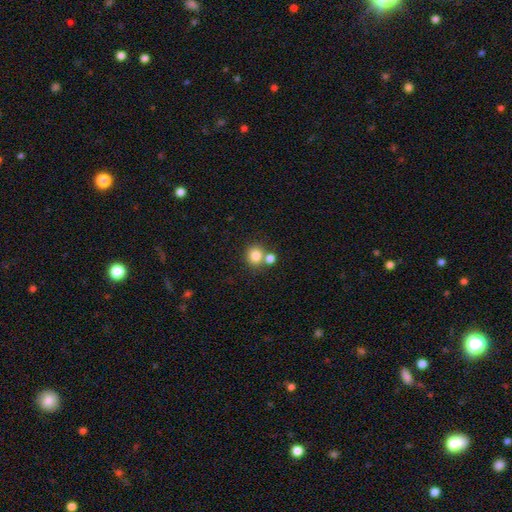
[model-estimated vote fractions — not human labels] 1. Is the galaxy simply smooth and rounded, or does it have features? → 82% smooth, 11% star or artifact, 7% featured or disk.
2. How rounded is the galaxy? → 87% round, 12% in between, 1% cigar-shaped.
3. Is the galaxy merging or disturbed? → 62% none, 28% merger, 8% minor disturbance, 3% major disturbance.